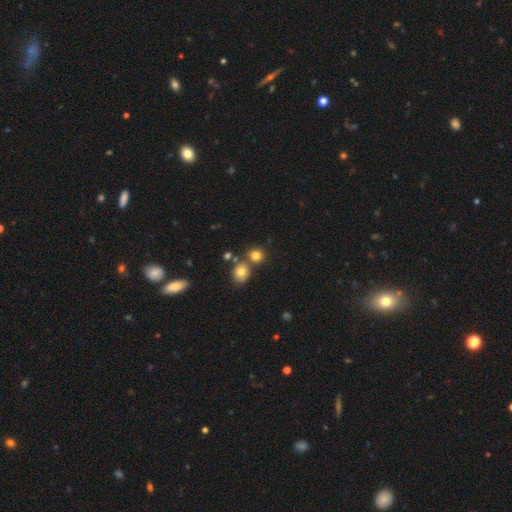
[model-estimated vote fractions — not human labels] The model was most divided on "merging": none: 64%, merger: 24%, minor disturbance: 9%, major disturbance: 3%. More confident: how rounded — round (79%); smooth or featured — smooth (78%).